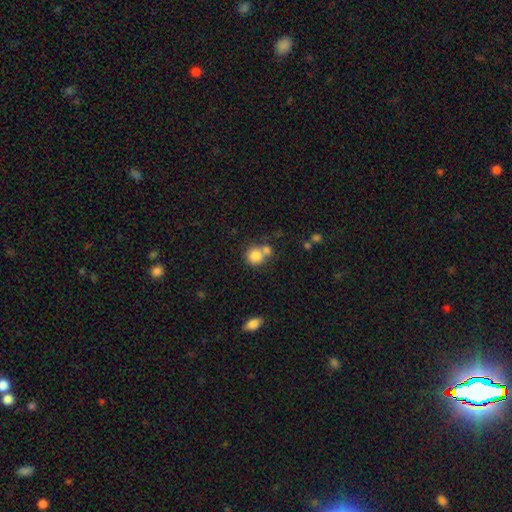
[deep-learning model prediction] Morphology: type=smooth (81%); roundness=round (87%); merging=none (49%).